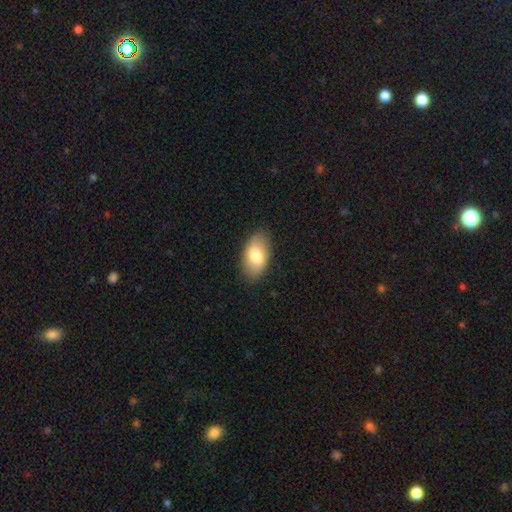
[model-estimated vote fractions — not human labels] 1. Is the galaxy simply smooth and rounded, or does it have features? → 77% smooth, 17% featured or disk, 6% star or artifact.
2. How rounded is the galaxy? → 93% in between, 5% round, 2% cigar-shaped.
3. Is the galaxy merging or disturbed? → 84% none, 12% minor disturbance, 3% major disturbance, 1% merger.